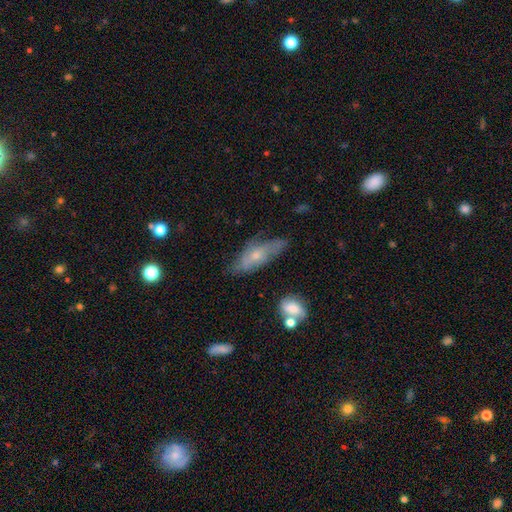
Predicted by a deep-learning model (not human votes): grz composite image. It shows a smooth galaxy with no disk features (46%, tied with featured or disk). Merging: none (54%).